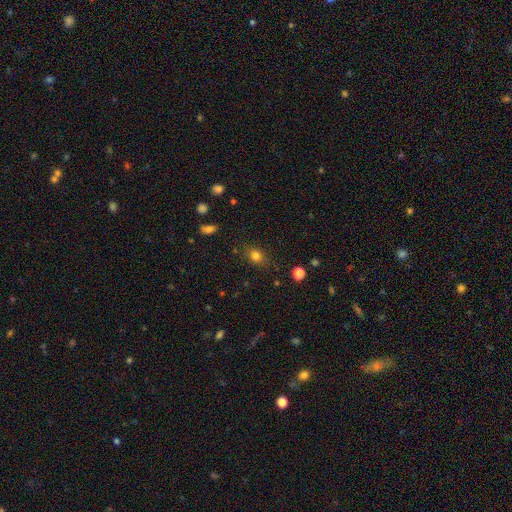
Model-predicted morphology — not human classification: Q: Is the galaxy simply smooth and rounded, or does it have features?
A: smooth — 80%.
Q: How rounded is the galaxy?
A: round — 56%.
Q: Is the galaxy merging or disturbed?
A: none — 80%.